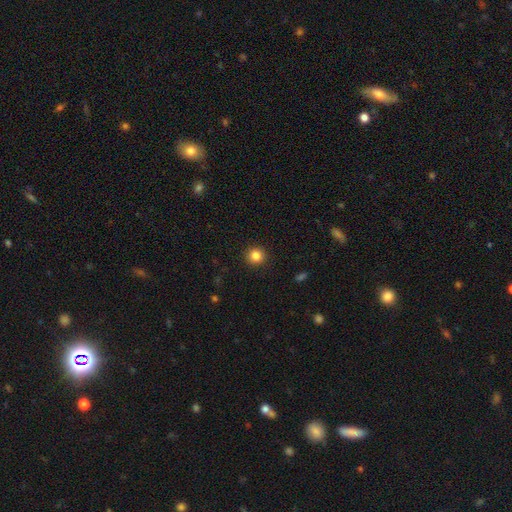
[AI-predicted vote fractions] smooth 85%, star or artifact 11%, featured or disk 4%. Down the decision tree: how rounded — round (94%); merging — none (92%).